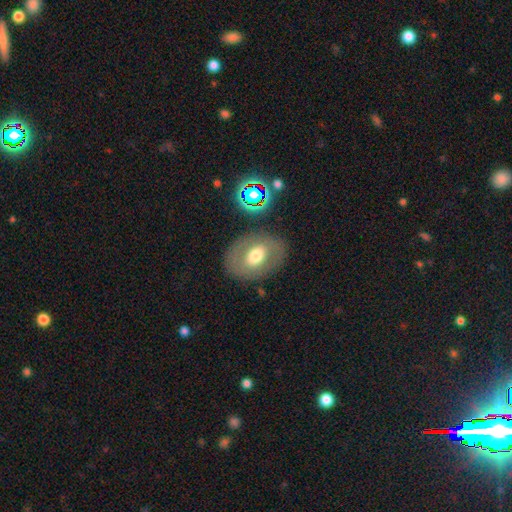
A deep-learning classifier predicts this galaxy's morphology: Smooth or featured?
  - smooth: 56% *
  - featured or disk: 34%
  - star or artifact: 9%
How rounded?
  - in between: 70% *
  - round: 29%
  - cigar-shaped: 1%
Merging?
  - none: 81% *
  - minor disturbance: 11%
  - major disturbance: 5%
  - merger: 3%